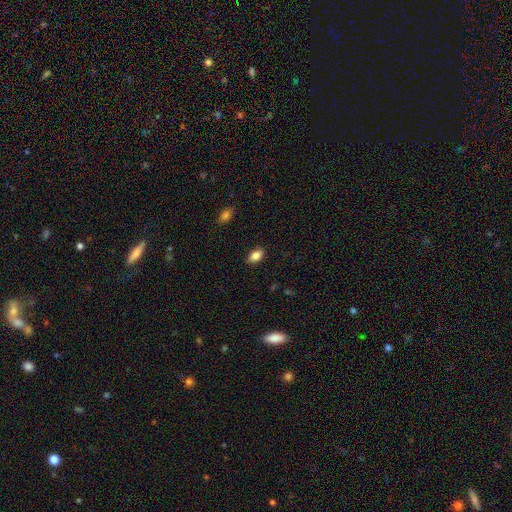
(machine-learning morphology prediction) A smooth galaxy with no disk features (84%) that is in between round and cigar-shaped (89%). Merging: none (85%).